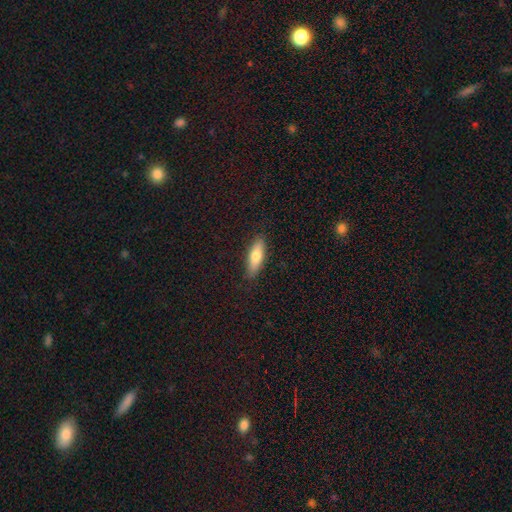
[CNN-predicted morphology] Smooth or featured: smooth — 75% (featured or disk — 19%)
How rounded: in between — 51% (cigar-shaped — 47%)
Merging: none — 85% (minor disturbance — 11%)